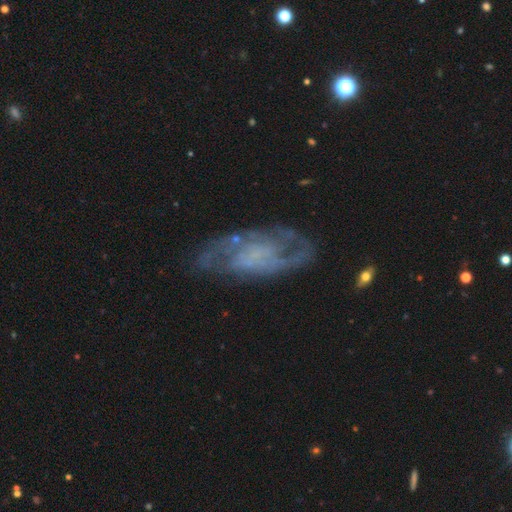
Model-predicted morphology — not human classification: smooth_or_featured: featured or disk (p=0.80) [alt: smooth p=0.13]
disk_edge_on: no (p=0.94) [alt: yes p=0.06]
bar: no (p=0.60) [alt: weak p=0.31]
has_spiral_arms: yes (p=0.85) [alt: no p=0.15]
spiral_winding: medium (p=0.44) [alt: tight p=0.34]
spiral_arm_count: 2 (p=0.57) [alt: can't tell p=0.25]
bulge_size: none (p=0.65) [alt: small p=0.20]
merging: none (p=0.66) [alt: minor disturbance p=0.19]